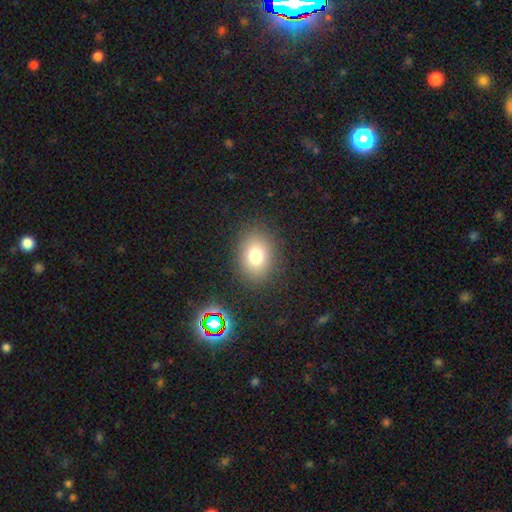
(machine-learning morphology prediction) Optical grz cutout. It shows a smooth galaxy with no disk features (77%) that is in between round and cigar-shaped (60%). Merging: none (86%).